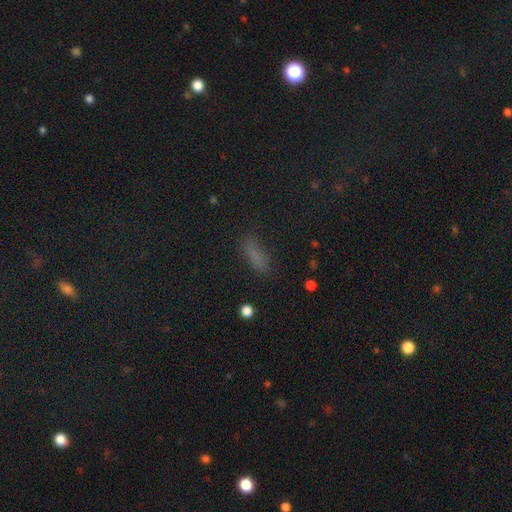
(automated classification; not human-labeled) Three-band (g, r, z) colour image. It shows a smooth galaxy with no disk features (73%) that is in between round and cigar-shaped (50%). Merging: none (74%).